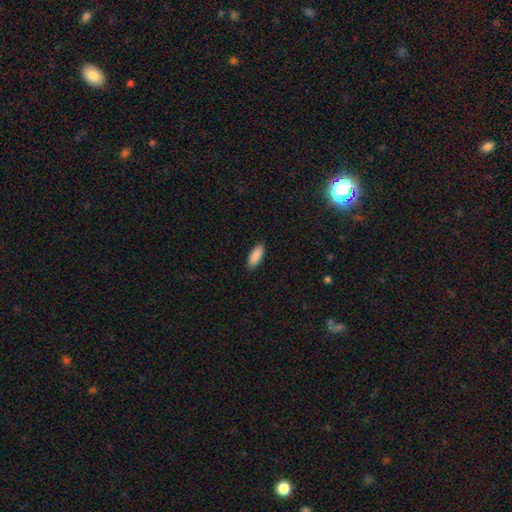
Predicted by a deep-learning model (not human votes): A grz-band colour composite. It shows a smooth galaxy with no disk features (91%) that is in between round and cigar-shaped (77%). Merging: none (90%).